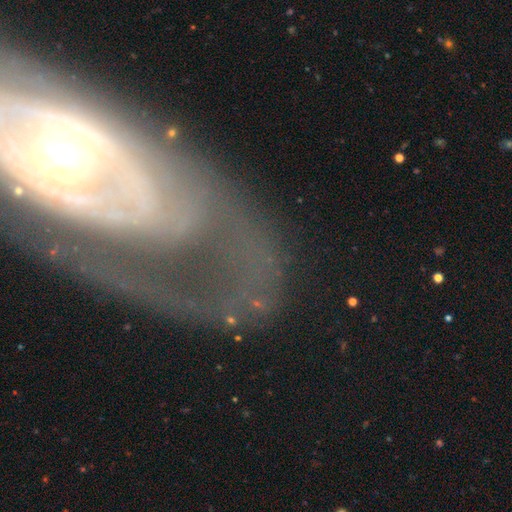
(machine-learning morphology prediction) smooth-or-featured: featured or disk: 72% | smooth: 16% | star or artifact: 12%
  disk-edge-on: no: 86% | yes: 14%
    bar: no: 54% | weak: 23% | strong: 23%
    has-spiral-arms: yes: 60% | no: 40%
    bulge-size: moderate: 53% | small: 27% | large: 11% | none: 5% | dominant: 3%
  merging: none: 66% | major disturbance: 15% | minor disturbance: 15% | merger: 4%